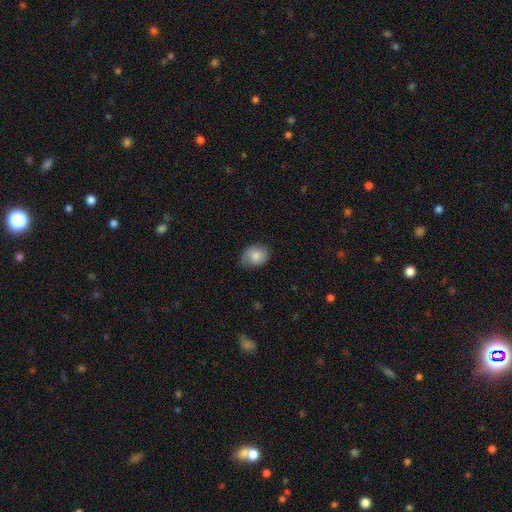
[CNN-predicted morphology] A smooth galaxy with no disk features (74%) that is in between round and cigar-shaped (58%). Merging: none (66%).